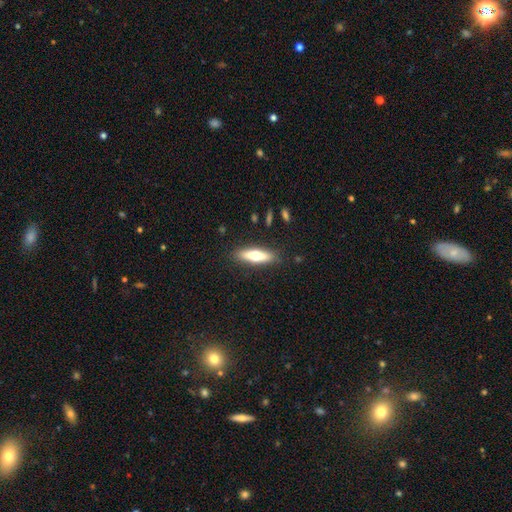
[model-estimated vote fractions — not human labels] smooth-or-featured: smooth: 58% | featured or disk: 36% | star or artifact: 6%
  how-rounded: cigar-shaped: 64% | in between: 34% | round: 2%
  merging: none: 87% | minor disturbance: 9% | major disturbance: 2% | merger: 1%